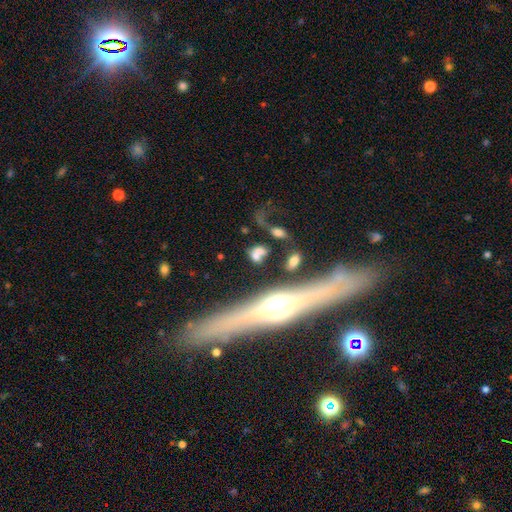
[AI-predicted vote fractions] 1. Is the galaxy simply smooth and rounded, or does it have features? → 52% smooth, 34% featured or disk, 13% star or artifact.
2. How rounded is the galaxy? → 52% in between, 37% round, 11% cigar-shaped.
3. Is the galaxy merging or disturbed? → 50% none, 20% merger, 16% minor disturbance, 14% major disturbance.